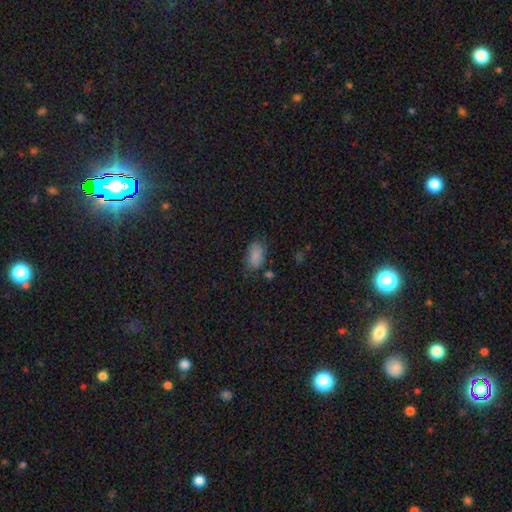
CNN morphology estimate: smooth_or_featured: smooth (p=0.83) [alt: star or artifact p=0.10]
how_rounded: in between (p=0.90) [alt: round p=0.08]
merging: none (p=0.62) [alt: minor disturbance p=0.25]